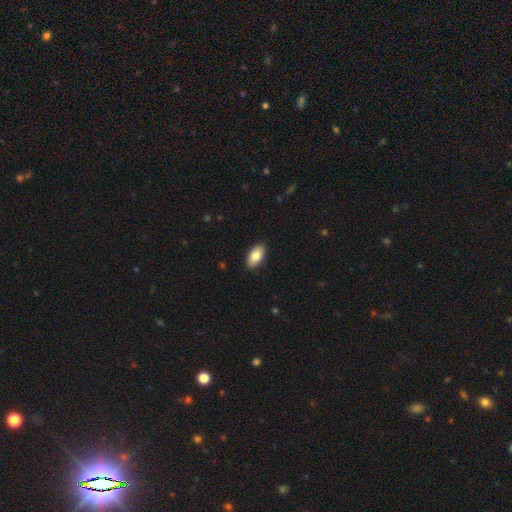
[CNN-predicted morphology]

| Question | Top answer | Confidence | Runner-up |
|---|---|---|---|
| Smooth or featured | smooth | 83% | featured or disk (11%) |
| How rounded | in between | 94% | cigar-shaped (4%) |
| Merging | none | 90% | minor disturbance (8%) |